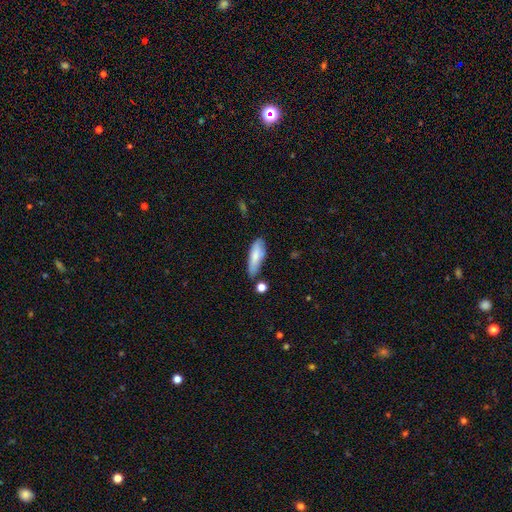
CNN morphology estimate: This is likely a smooth galaxy (78%). How rounded: possibly in between (50%). Merging: likely none (66%).